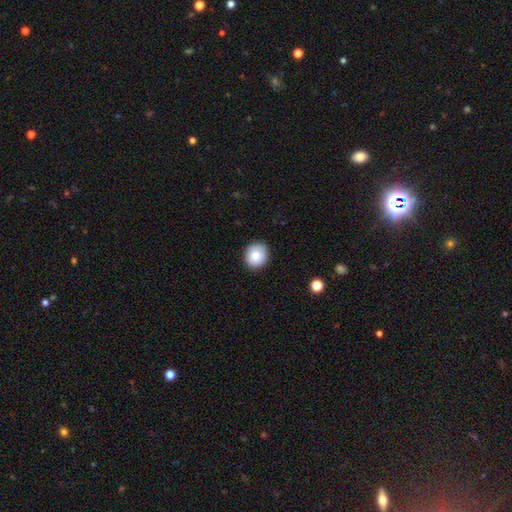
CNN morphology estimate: Overall: smooth (85%). How rounded: round (79%). Merging: none (88%).